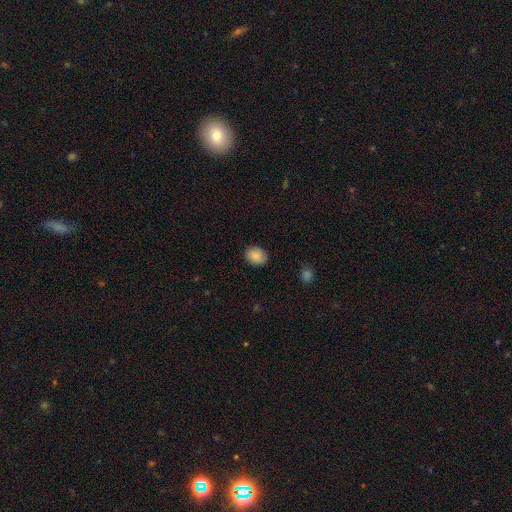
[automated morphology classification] smooth 85%, star or artifact 8%, featured or disk 7%. Down the decision tree: how rounded — in between (56%); merging — none (84%).